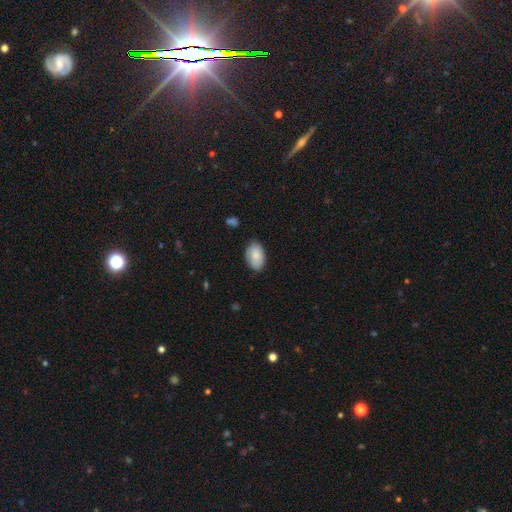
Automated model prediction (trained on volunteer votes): This appears to be a smooth galaxy with no disk features (86%) that is in between round and cigar-shaped (92%). Merging: none (79%).